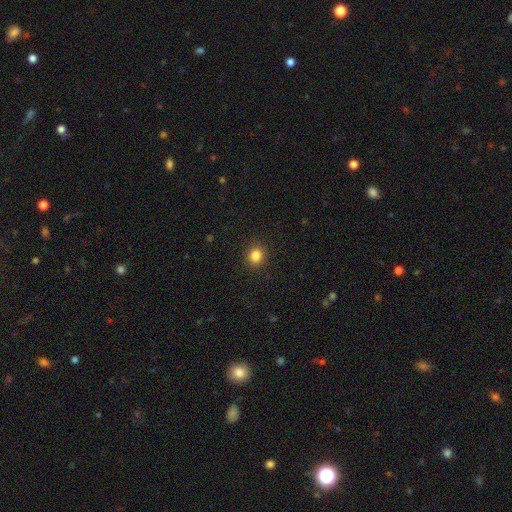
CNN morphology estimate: smooth-or-featured: smooth: 85% | star or artifact: 11% | featured or disk: 4%
  how-rounded: round: 77% | in between: 22% | cigar-shaped: 1%
  merging: none: 90% | minor disturbance: 6% | major disturbance: 2% | merger: 1%